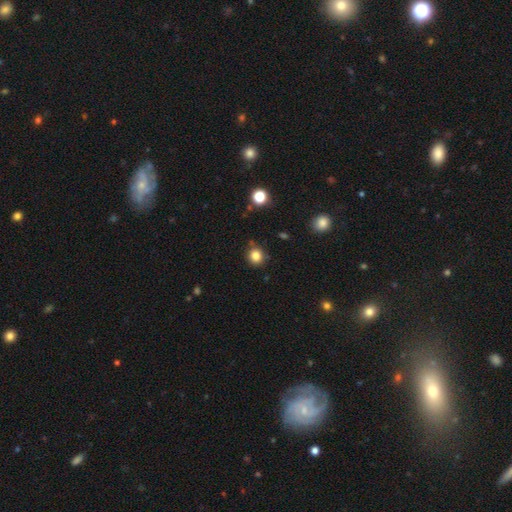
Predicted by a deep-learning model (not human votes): A smooth galaxy with no disk features (84%) that is round (87%). Merging: none (84%).